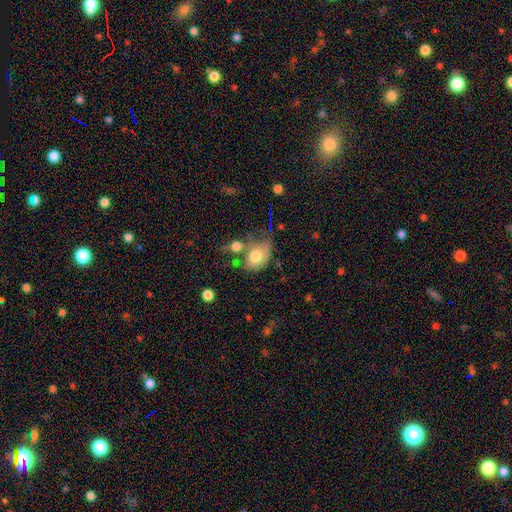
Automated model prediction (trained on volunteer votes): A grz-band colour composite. It shows a smooth galaxy with no disk features (71%) that is in between round and cigar-shaped (74%). Merging: none (33%).